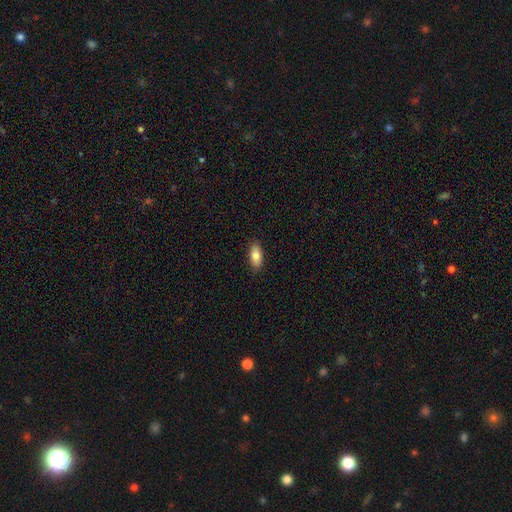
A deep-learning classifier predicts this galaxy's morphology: Overall: smooth (82%). How rounded: in between (87%). Merging: none (89%).